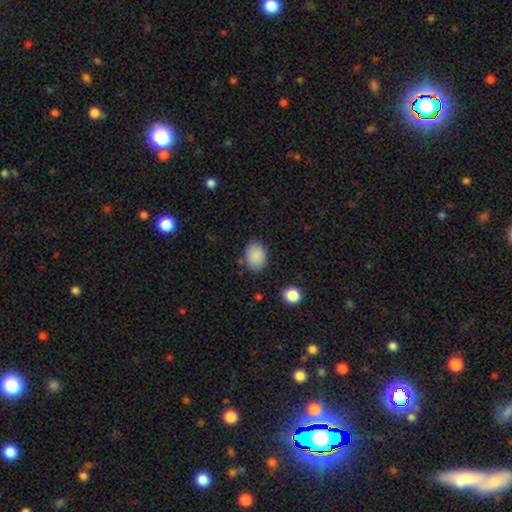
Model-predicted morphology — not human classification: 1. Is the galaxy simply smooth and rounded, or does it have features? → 88% smooth, 8% star or artifact, 4% featured or disk.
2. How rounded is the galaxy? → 67% in between, 32% round, 1% cigar-shaped.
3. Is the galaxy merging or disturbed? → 81% none, 14% minor disturbance, 4% major disturbance, 2% merger.